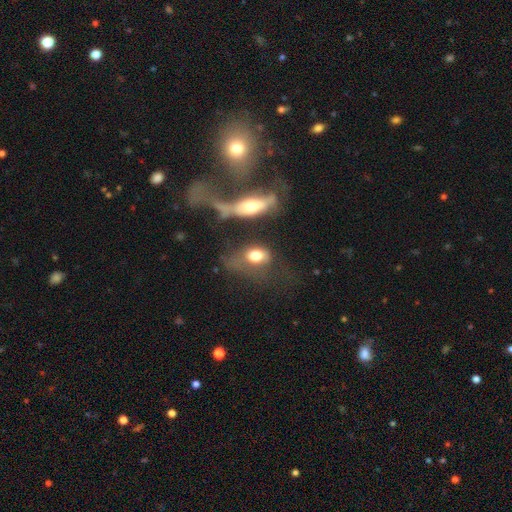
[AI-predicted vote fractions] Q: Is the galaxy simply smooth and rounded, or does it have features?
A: smooth — 66%.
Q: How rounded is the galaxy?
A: in between — 73%.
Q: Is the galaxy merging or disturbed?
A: major disturbance — 31%.